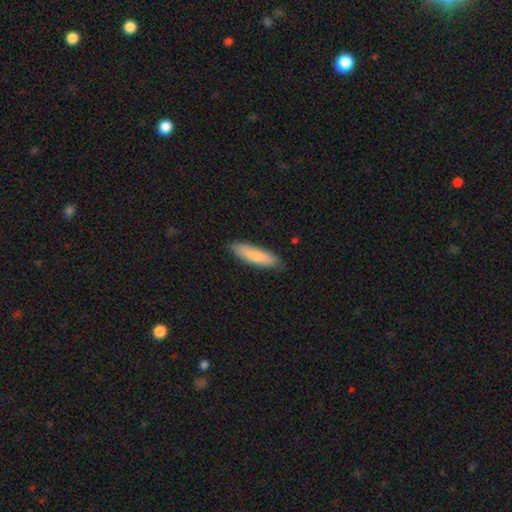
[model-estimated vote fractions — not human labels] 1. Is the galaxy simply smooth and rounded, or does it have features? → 82% smooth, 13% featured or disk, 5% star or artifact.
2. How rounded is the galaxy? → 65% cigar-shaped, 33% in between, 1% round.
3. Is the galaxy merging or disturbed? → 84% none, 13% minor disturbance, 2% major disturbance, 1% merger.